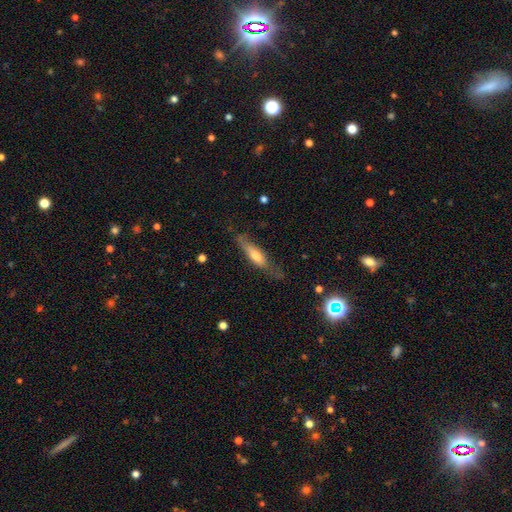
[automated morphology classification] smooth_or_featured: smooth (p=0.53) [alt: featured or disk p=0.40]
how_rounded: cigar-shaped (p=0.67) [alt: in between p=0.31]
merging: none (p=0.59) [alt: minor disturbance p=0.26]